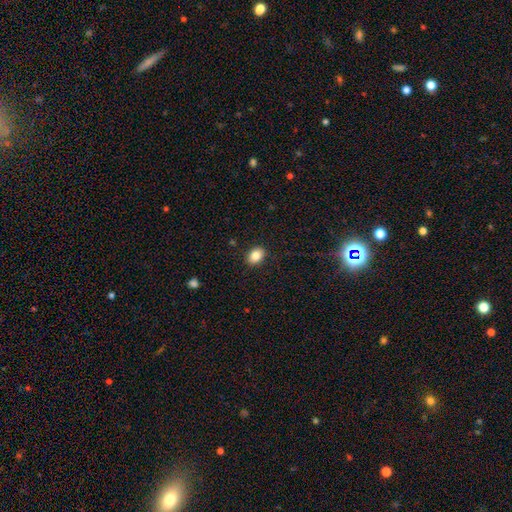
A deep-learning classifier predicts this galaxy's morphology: smooth 84%, star or artifact 9%, featured or disk 7%. Down the decision tree: how rounded — in between (73%); merging — none (89%).